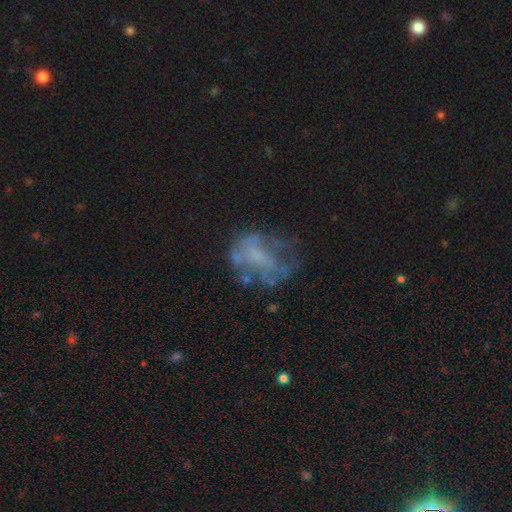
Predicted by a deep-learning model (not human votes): smooth_or_featured: featured or disk (p=0.54) [alt: smooth p=0.30]
disk_edge_on: no (p=0.97) [alt: yes p=0.03]
bar: no (p=0.81) [alt: weak p=0.15]
has_spiral_arms: no (p=0.82) [alt: yes p=0.18]
bulge_size: none (p=0.59) [alt: small p=0.20]
merging: none (p=0.43) [alt: major disturbance p=0.30]